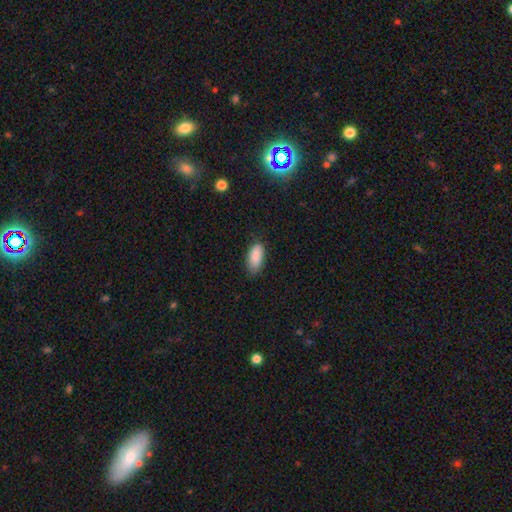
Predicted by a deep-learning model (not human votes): Q: Smooth or featured?
A: smooth (88%); runner-up: star or artifact (7%)
Q: How rounded?
A: in between (87%); runner-up: cigar-shaped (11%)
Q: Merging?
A: none (76%); runner-up: minor disturbance (19%)